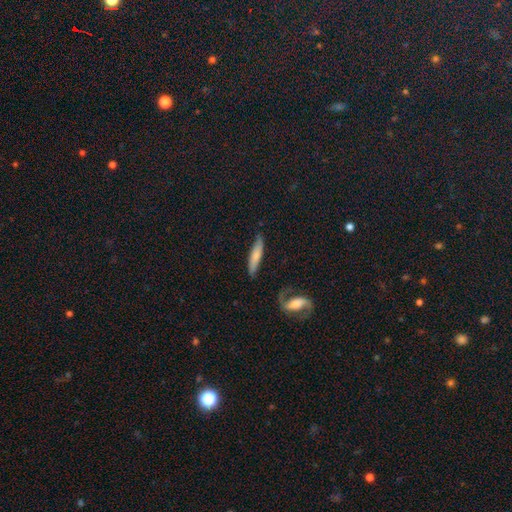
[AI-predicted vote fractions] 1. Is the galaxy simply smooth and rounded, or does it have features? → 61% smooth, 33% featured or disk, 6% star or artifact.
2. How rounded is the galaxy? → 79% cigar-shaped, 19% in between, 2% round.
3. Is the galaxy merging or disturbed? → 74% none, 17% minor disturbance, 5% major disturbance, 4% merger.